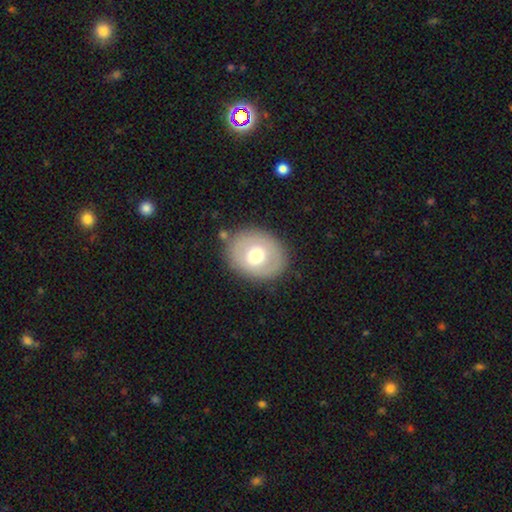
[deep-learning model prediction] Smooth or featured? smooth (63%)
How rounded? round (50%)
Merging? none (82%)